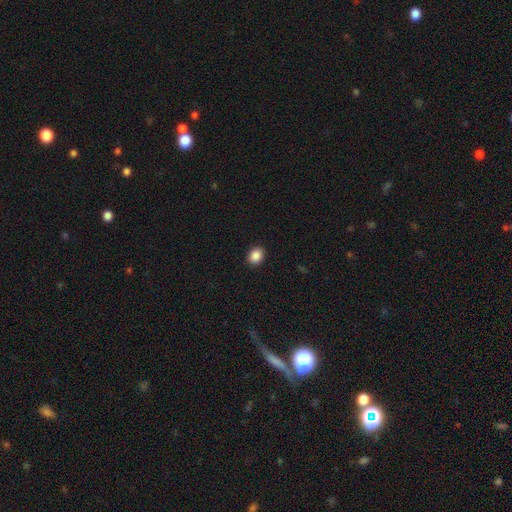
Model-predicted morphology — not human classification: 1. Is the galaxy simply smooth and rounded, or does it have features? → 88% smooth, 9% star or artifact, 3% featured or disk.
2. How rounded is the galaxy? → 52% in between, 47% round, 1% cigar-shaped.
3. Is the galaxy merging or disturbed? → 91% none, 6% minor disturbance, 2% major disturbance, 1% merger.